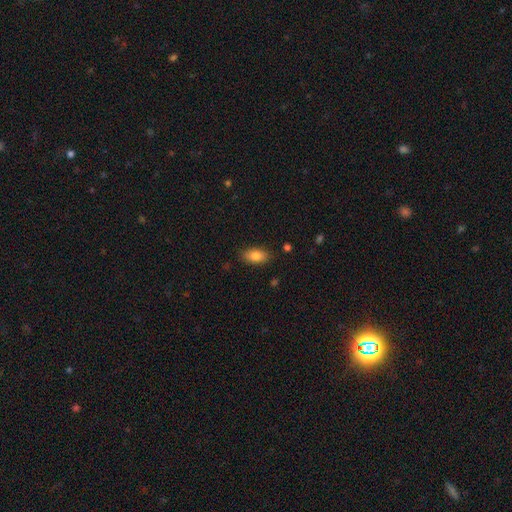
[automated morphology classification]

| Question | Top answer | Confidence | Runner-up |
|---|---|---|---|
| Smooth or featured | smooth | 84% | featured or disk (8%) |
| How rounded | in between | 89% | cigar-shaped (6%) |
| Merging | none | 85% | minor disturbance (11%) |